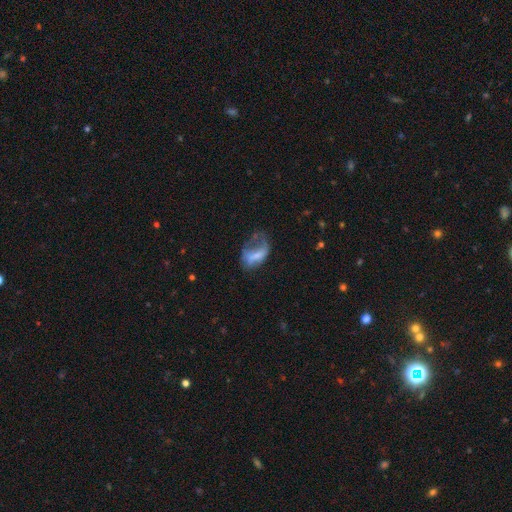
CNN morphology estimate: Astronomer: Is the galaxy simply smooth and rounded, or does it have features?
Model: featured or disk — 45% (runner-up: smooth, 44%).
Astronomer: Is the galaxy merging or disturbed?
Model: major disturbance — 50%.